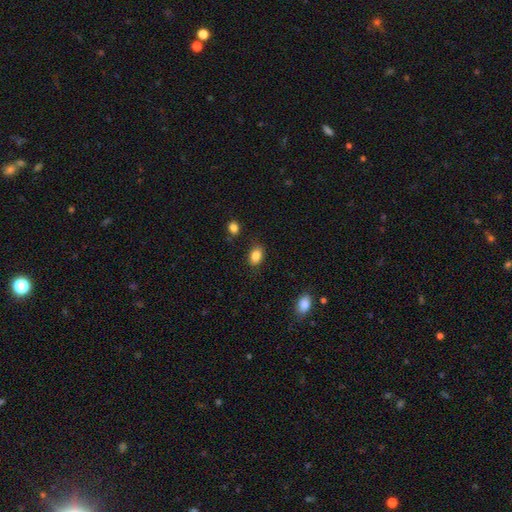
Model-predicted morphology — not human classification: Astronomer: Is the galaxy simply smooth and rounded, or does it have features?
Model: smooth — 86%.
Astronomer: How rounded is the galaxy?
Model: in between — 79%.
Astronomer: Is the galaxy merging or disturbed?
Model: none — 82%.